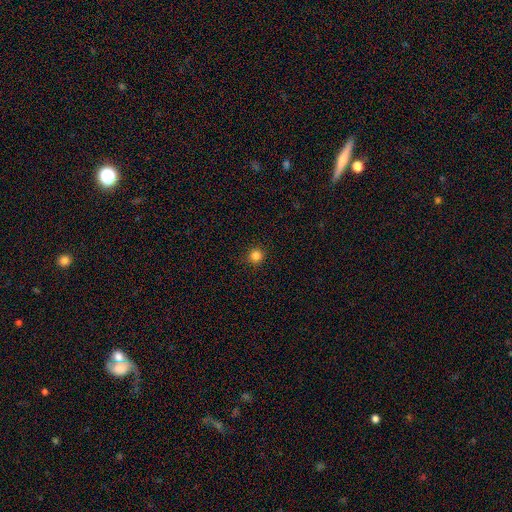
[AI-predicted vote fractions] Smooth or featured? smooth (83%)
How rounded? round (95%)
Merging? none (92%)